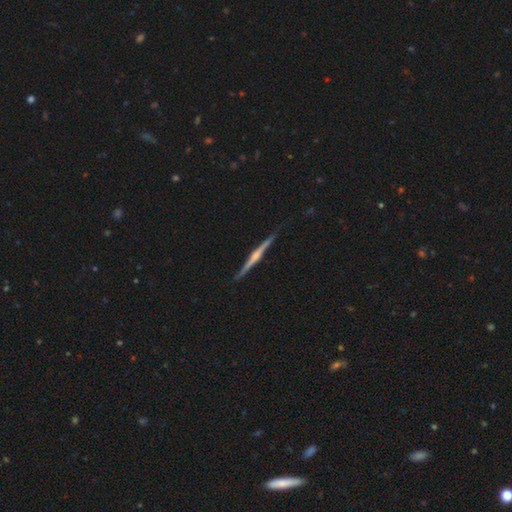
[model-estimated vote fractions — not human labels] Smooth or featured? featured or disk (79%)
Edge-on disk? yes (98%)
Edge-on bulge? rounded (70%)
Merging? none (90%)